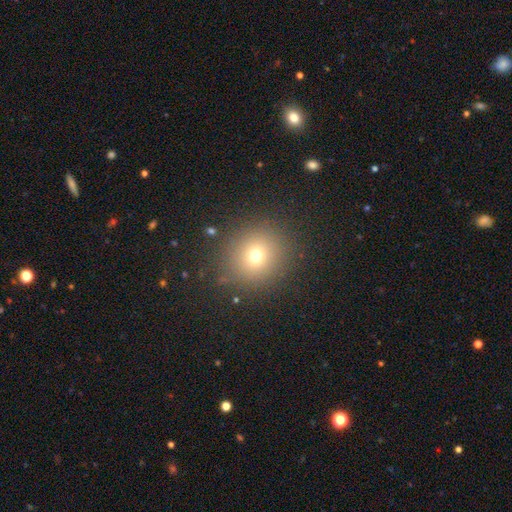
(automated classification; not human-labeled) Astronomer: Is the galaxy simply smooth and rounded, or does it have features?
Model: smooth — 71%.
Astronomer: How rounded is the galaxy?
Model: round — 88%.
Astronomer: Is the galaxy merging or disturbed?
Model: none — 88%.